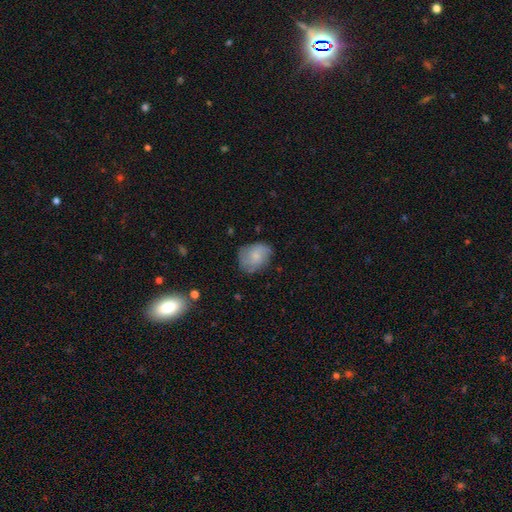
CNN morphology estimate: Smooth or featured: smooth — 66% (featured or disk — 27%)
How rounded: in between — 55% (round — 44%)
Merging: none — 67% (minor disturbance — 25%)